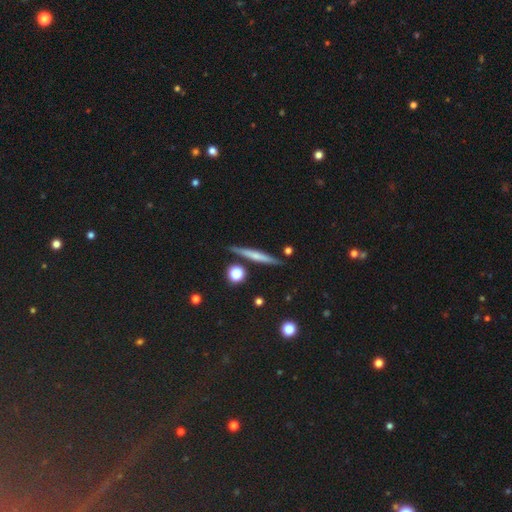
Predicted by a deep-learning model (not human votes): smooth-or-featured: featured or disk: 46% | smooth: 45% | star or artifact: 8%
  merging: none: 86% | minor disturbance: 9% | merger: 3% | major disturbance: 2%